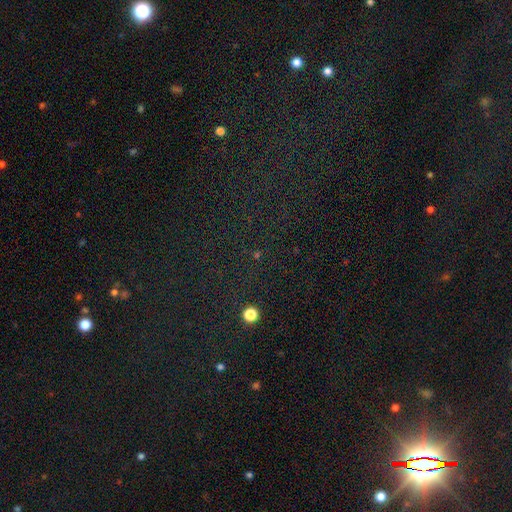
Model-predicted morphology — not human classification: smooth_or_featured: star or artifact (p=0.76) [alt: smooth p=0.15]